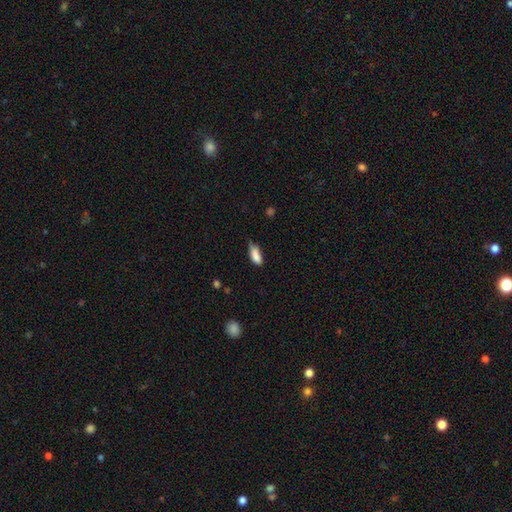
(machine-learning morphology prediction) This is clearly a smooth galaxy (85%). How rounded: likely in between (76%). Merging: possibly none (48%).